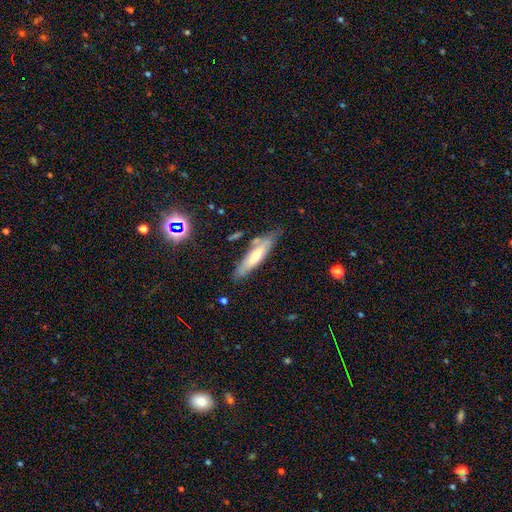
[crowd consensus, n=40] Smooth or featured?
  - smooth: 48% * (tied)
  - featured or disk: 48% * (tied)
  - star or artifact: 5%
How rounded?
  - cigar-shaped: 89% *
  - in between: 11%
  - round: 0%
Merging?
  - none: 79% *
  - minor disturbance: 16%
  - major disturbance: 3%
  - merger: 3%